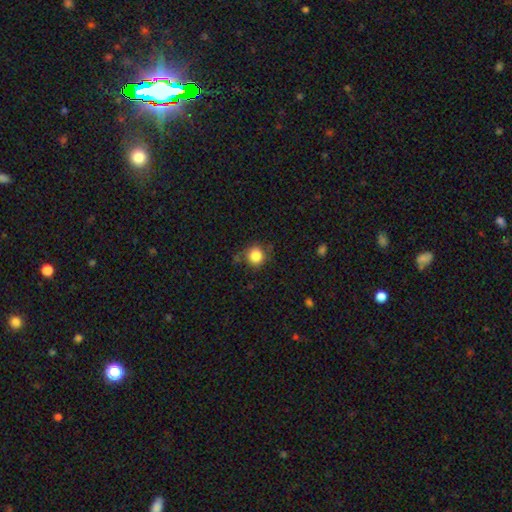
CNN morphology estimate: Smooth or featured?
  - smooth: 85% *
  - star or artifact: 10%
  - featured or disk: 6%
How rounded?
  - round: 89% *
  - in between: 10%
  - cigar-shaped: 1%
Merging?
  - none: 75% *
  - minor disturbance: 17%
  - major disturbance: 5%
  - merger: 3%